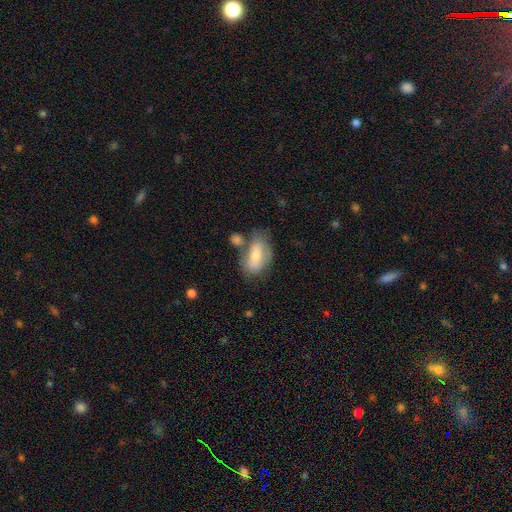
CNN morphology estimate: Smooth or featured: smooth — 60% (featured or disk — 33%)
How rounded: in between — 90% (round — 6%)
Merging: none — 43% (minor disturbance — 23%)